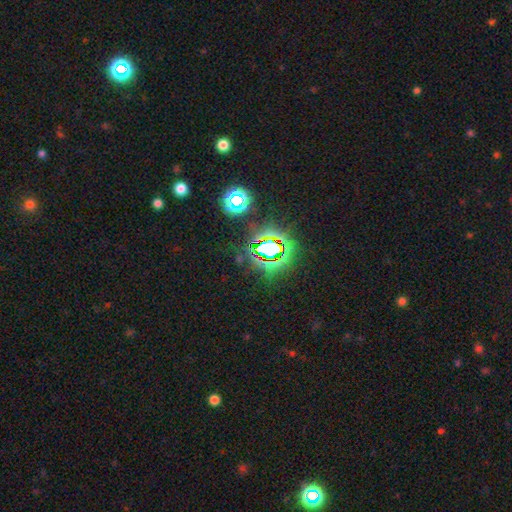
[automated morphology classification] A star or artifact, not a galaxy (81%).